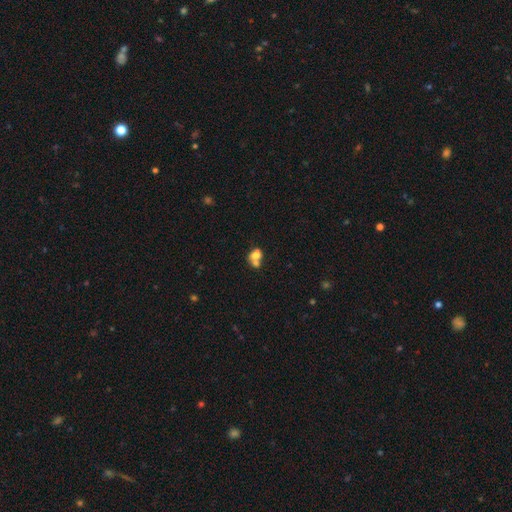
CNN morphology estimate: type=smooth (69%); roundness=in between (53%); merging=merger (64%).